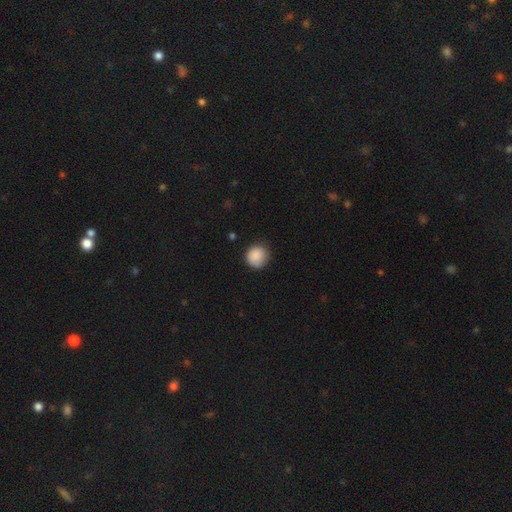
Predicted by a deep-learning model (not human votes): This is clearly a smooth galaxy (88%). How rounded: clearly round (89%). Merging: likely none (77%).